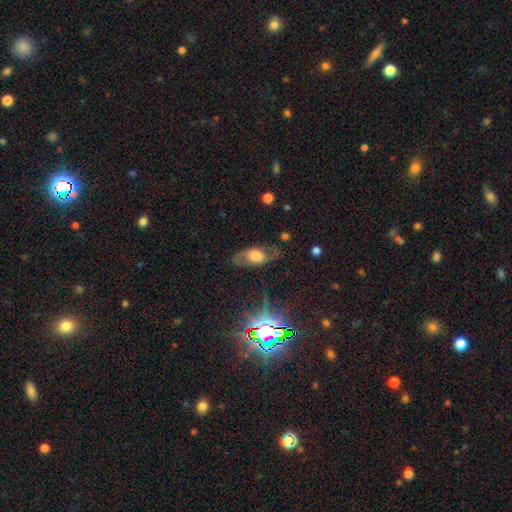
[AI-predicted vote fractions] Smooth or featured? Predicted: featured or disk (p=0.58). Edge-on disk? Predicted: no (p=0.85). Merging? Predicted: none (p=0.69).